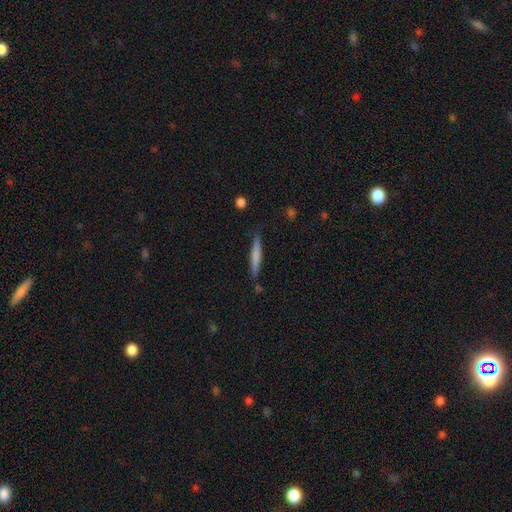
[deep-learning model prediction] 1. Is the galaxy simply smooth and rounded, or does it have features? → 63% smooth, 31% featured or disk, 6% star or artifact.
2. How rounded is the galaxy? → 94% cigar-shaped, 4% in between, 1% round.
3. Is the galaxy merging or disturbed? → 83% none, 12% minor disturbance, 2% merger, 2% major disturbance.